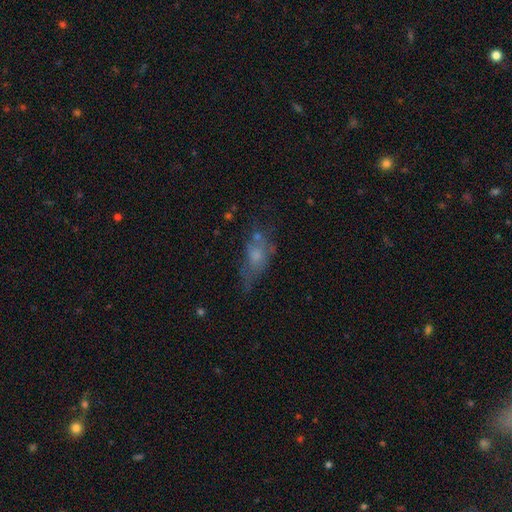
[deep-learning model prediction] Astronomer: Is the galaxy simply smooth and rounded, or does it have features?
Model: smooth — 46% (runner-up: featured or disk, 39%).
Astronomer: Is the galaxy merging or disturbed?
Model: none — 45% (runner-up: minor disturbance, 25%).